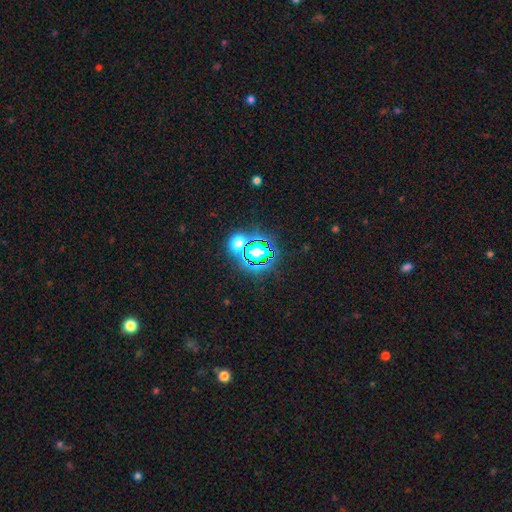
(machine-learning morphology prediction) smooth_or_featured: star or artifact (p=0.78) [alt: smooth p=0.15]